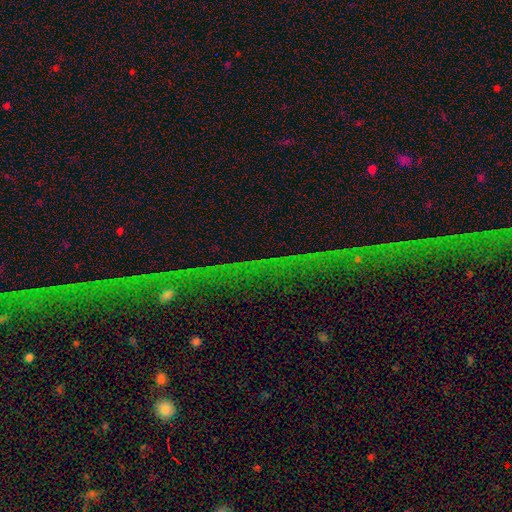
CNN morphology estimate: A star or artifact, not a galaxy (75%).